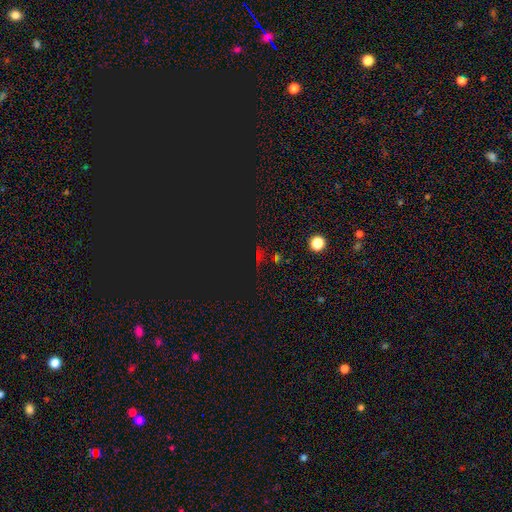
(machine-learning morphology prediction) Smooth or featured? star or artifact (75%)